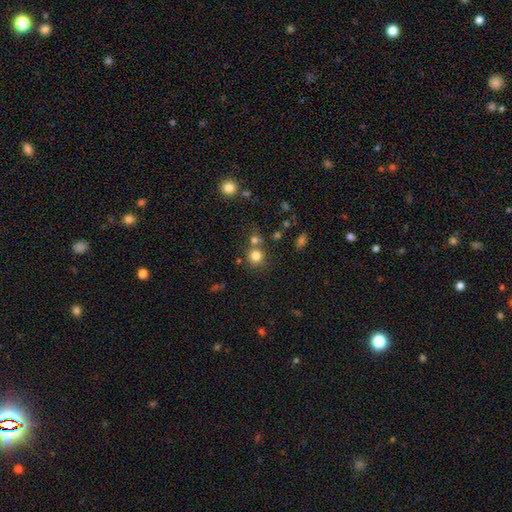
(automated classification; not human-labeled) smooth 79%, star or artifact 14%, featured or disk 7%. Down the decision tree: how rounded — round (89%); merging — none (64%).